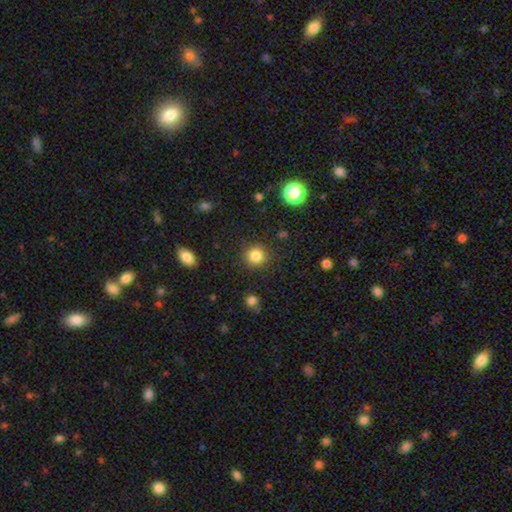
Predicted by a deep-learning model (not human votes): Smooth or featured?
  - smooth: 83% *
  - star or artifact: 12%
  - featured or disk: 5%
How rounded?
  - round: 91% *
  - in between: 8%
  - cigar-shaped: 1%
Merging?
  - none: 87% *
  - minor disturbance: 8%
  - major disturbance: 3%
  - merger: 2%